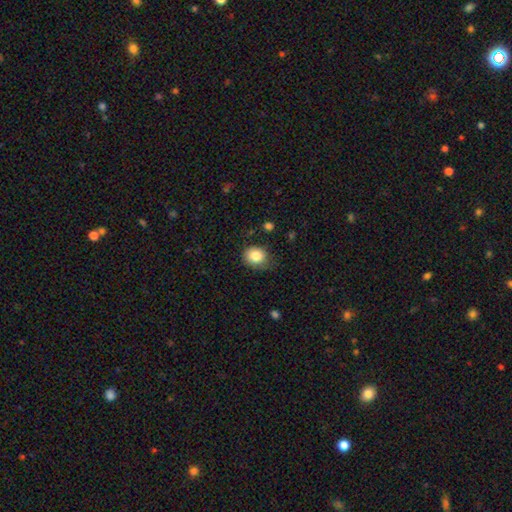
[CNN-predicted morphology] Smooth or featured? Predicted: smooth (p=0.83). How rounded? Predicted: round (p=0.67). Merging? Predicted: none (p=0.73).